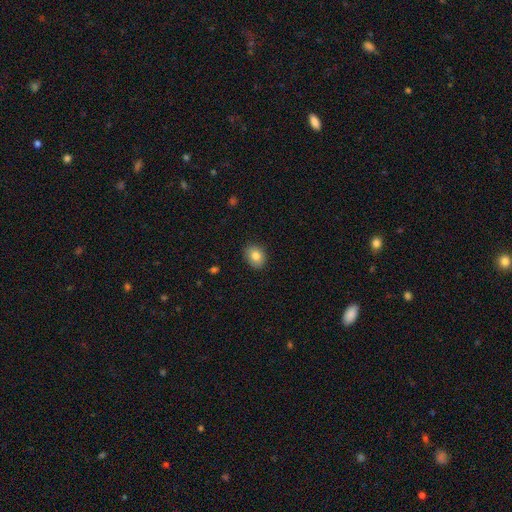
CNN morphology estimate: A smooth galaxy with no disk features (83%) that is in between round and cigar-shaped (55%).

Vote fractions:
- Smooth or featured? smooth: 83% / star or artifact: 9% / featured or disk: 8%
- How rounded? in between: 55% / round: 44% / cigar-shaped: 1%
- Merging? none: 87% / minor disturbance: 9% / major disturbance: 2% / merger: 1%